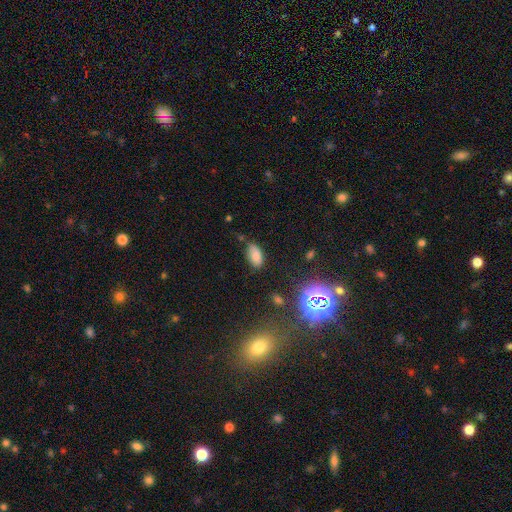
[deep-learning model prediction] Smooth or featured: smooth — 78% (star or artifact — 14%)
How rounded: in between — 94% (round — 4%)
Merging: none — 74% (minor disturbance — 19%)